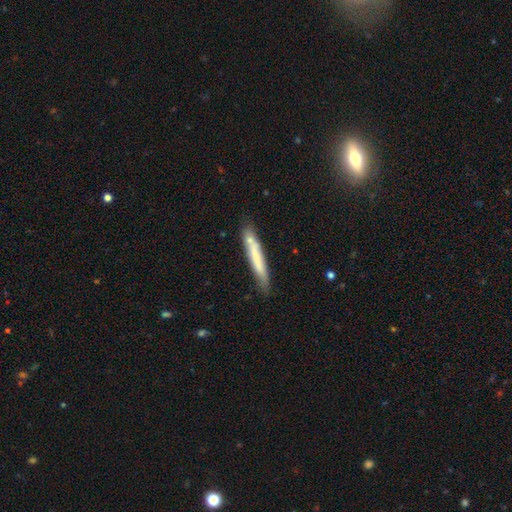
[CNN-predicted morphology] This is likely a smooth galaxy (63%). How rounded: clearly cigar-shaped (95%). Merging: likely none (75%).